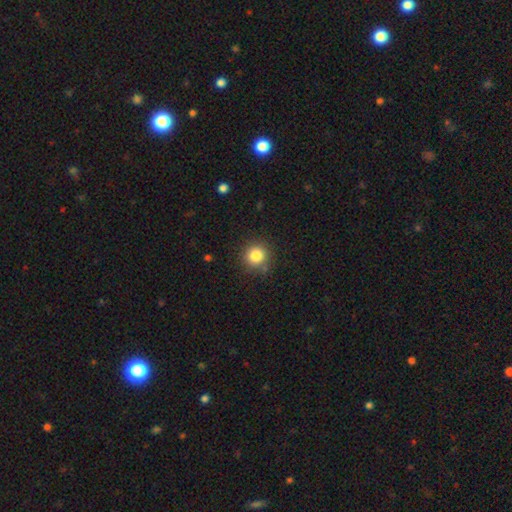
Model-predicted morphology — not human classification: Smooth or featured? smooth (83%)
How rounded? round (92%)
Merging? none (85%)